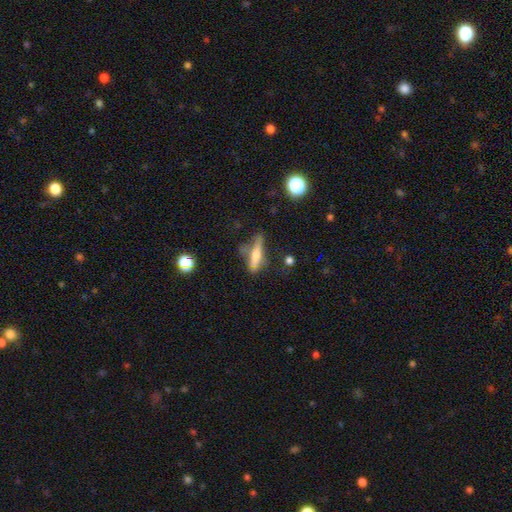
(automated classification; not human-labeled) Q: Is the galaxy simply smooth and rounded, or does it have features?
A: smooth — 49%.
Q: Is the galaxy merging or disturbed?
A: none — 46%.